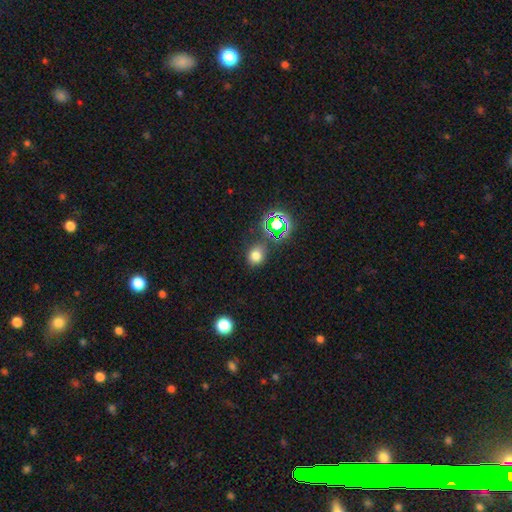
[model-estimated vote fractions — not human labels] A smooth galaxy with no disk features (70%) that is round (74%). Merging: none (77%).